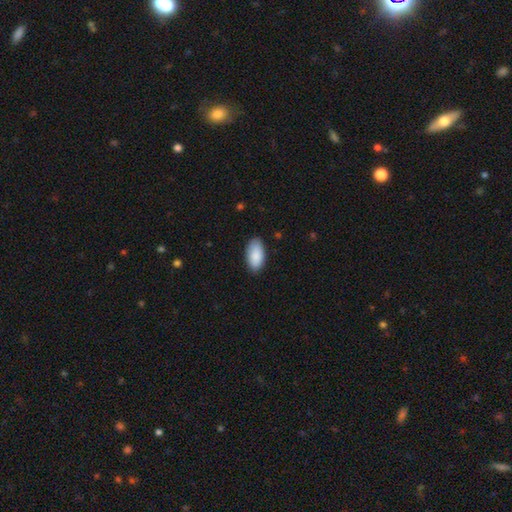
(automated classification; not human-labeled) Morphology: type=smooth (89%); roundness=in between (95%); merging=none (84%).